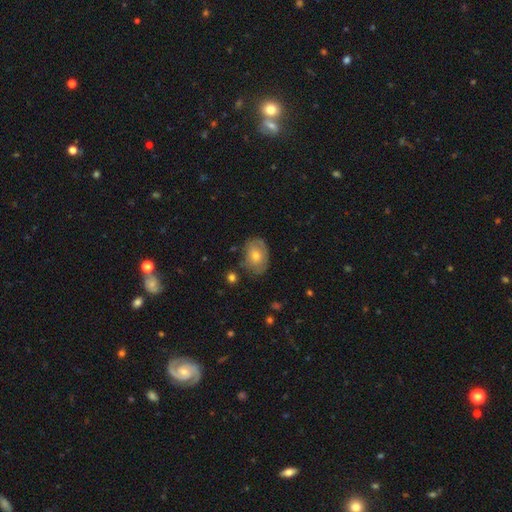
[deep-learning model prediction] This appears to be a smooth galaxy with no disk features (50%). Merging: none (67%).